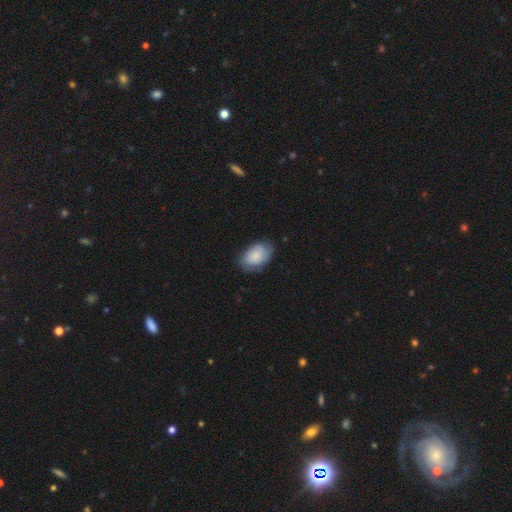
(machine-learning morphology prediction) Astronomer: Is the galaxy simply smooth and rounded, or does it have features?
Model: smooth — 69%.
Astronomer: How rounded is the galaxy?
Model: in between — 88%.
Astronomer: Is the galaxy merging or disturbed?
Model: none — 65%.